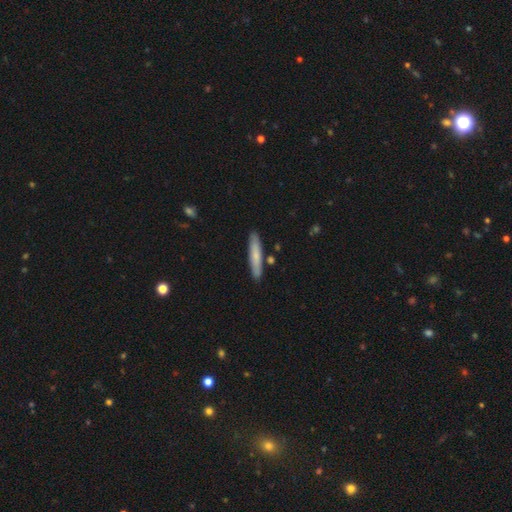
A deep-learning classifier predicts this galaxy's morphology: Overall: smooth (70%). How rounded: cigar-shaped (89%). Merging: none (85%).